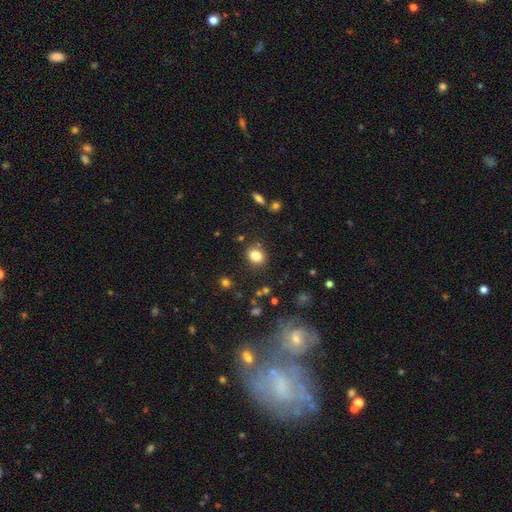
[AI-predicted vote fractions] A smooth galaxy with no disk features (82%) that is round (65%). Merging: none (83%).